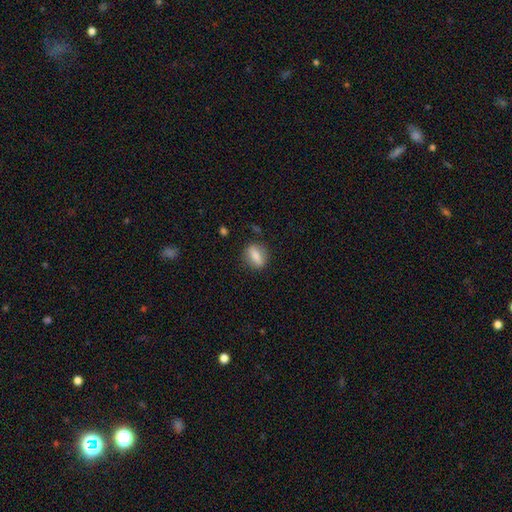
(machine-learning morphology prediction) A smooth galaxy with no disk features (69%) that is in between round and cigar-shaped (57%). Merging: none (84%).